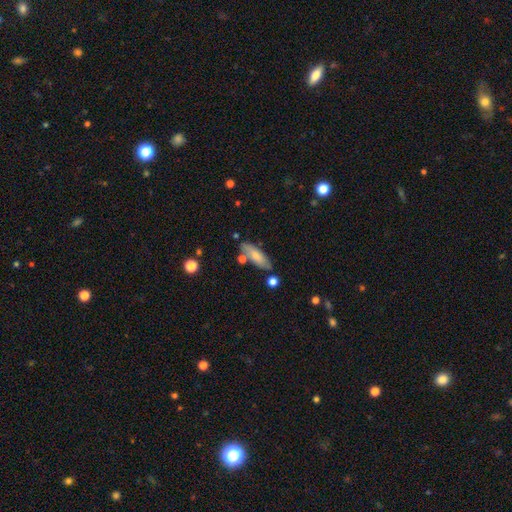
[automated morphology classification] This appears to be a smooth galaxy with no disk features (74%) that is in between round and cigar-shaped (59%). Merging: none (76%).